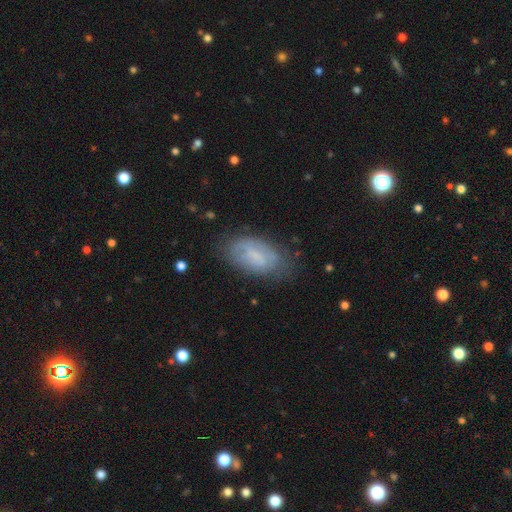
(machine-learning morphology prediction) smooth_or_featured: smooth (p=0.52) [alt: featured or disk p=0.40]
how_rounded: in between (p=0.92) [alt: cigar-shaped p=0.04]
merging: none (p=0.66) [alt: minor disturbance p=0.24]